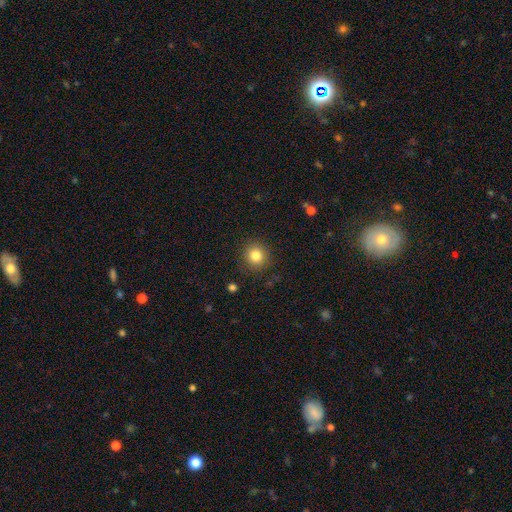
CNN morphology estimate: Q: Smooth or featured?
A: smooth (83%); runner-up: star or artifact (11%)
Q: How rounded?
A: round (91%); runner-up: in between (8%)
Q: Merging?
A: none (89%); runner-up: minor disturbance (8%)